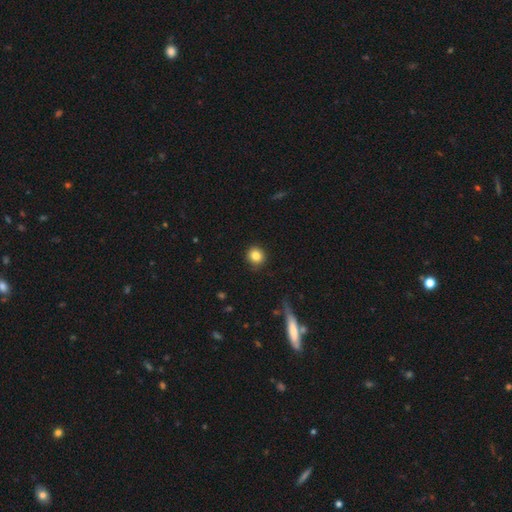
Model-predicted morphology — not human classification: smooth_or_featured: smooth (p=0.84) [alt: star or artifact p=0.10]
how_rounded: round (p=0.89) [alt: in between p=0.10]
merging: none (p=0.88) [alt: minor disturbance p=0.09]